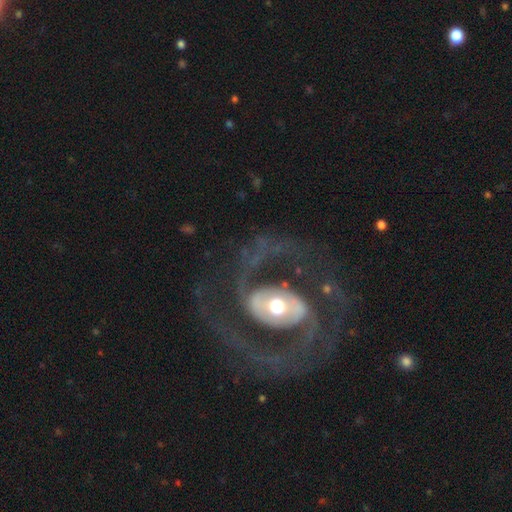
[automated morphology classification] Smooth or featured: featured or disk — 89% (smooth — 6%)
Edge-on disk: no — 97% (yes — 3%)
Bar: no — 41% (weak — 33%)
Spiral arms: yes — 93% (no — 7%)
Spiral winding: medium — 53% (tight — 29%)
Spiral arm count: 2 — 87% (can't tell — 4%)
Bulge size: moderate — 65% (large — 17%)
Merging: none — 74% (major disturbance — 13%)